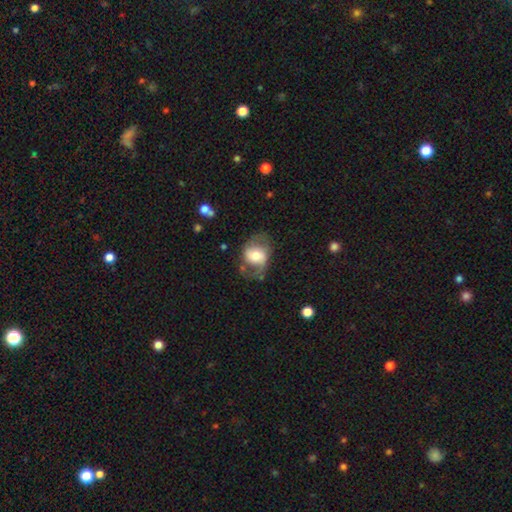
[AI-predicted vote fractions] Morphology: type=featured or disk (55%); edge-on=no (96%); bar=no (48%); spiral arms=yes (74%); bulge=moderate (47%); merging=none (53%).